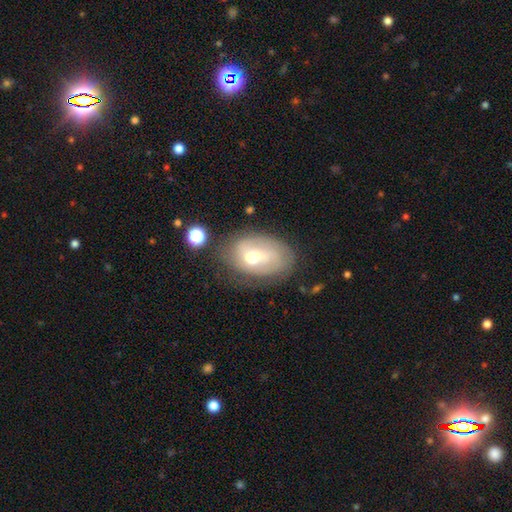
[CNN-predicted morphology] Smooth or featured? featured or disk (55%)
Edge-on disk? no (93%)
Bar? no (45%)
Spiral arms? yes (59%)
Bulge size? moderate (68%)
Merging? none (61%)